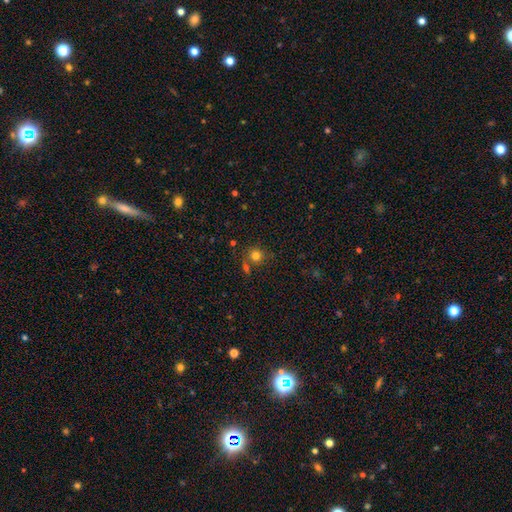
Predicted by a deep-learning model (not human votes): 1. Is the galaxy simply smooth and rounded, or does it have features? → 78% smooth, 14% star or artifact, 8% featured or disk.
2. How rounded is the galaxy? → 86% round, 13% in between, 1% cigar-shaped.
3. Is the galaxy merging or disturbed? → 64% none, 19% merger, 12% minor disturbance, 5% major disturbance.